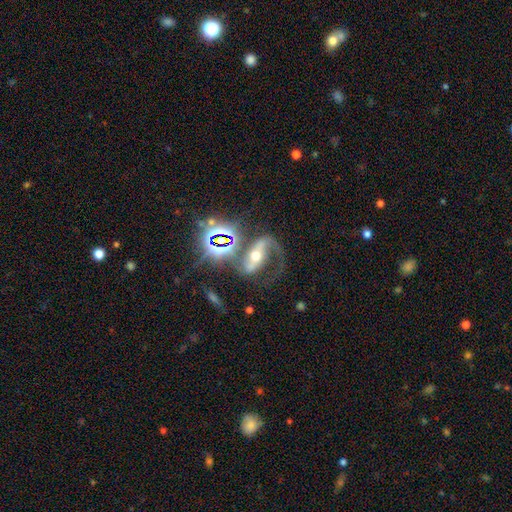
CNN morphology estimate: Smooth or featured?
  - featured or disk: 72% *
  - star or artifact: 17%
  - smooth: 11%
Edge-on disk?
  - no: 94% *
  - yes: 6%
Bar?
  - strong: 51% *
  - no: 26%
  - weak: 23%
Spiral arms?
  - yes: 90% *
  - no: 10%
Spiral winding?
  - loose: 48% *
  - medium: 40%
  - tight: 12%
Spiral arm count?
  - 2: 72% *
  - 1: 22%
  - can't tell: 3%
  - 3: 1%
  - more than 4: 1%
  - 4: 1%
Bulge size?
  - moderate: 70% *
  - small: 17%
  - large: 9%
  - dominant: 2%
  - none: 1%
Merging?
  - none: 51% *
  - major disturbance: 24%
  - minor disturbance: 17%
  - merger: 9%